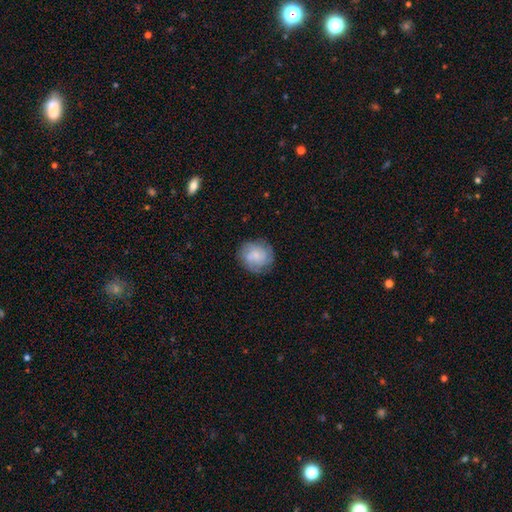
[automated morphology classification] A smooth galaxy with no disk features (46%). Merging: none (76%).